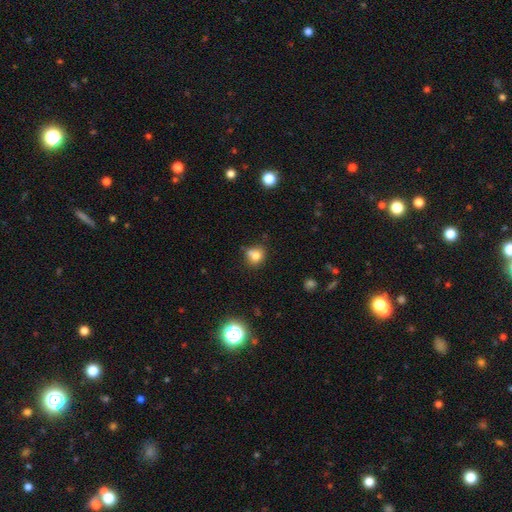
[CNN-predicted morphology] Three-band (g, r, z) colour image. It shows a smooth galaxy with no disk features (76%) that is round (77%). Merging: none (57%).